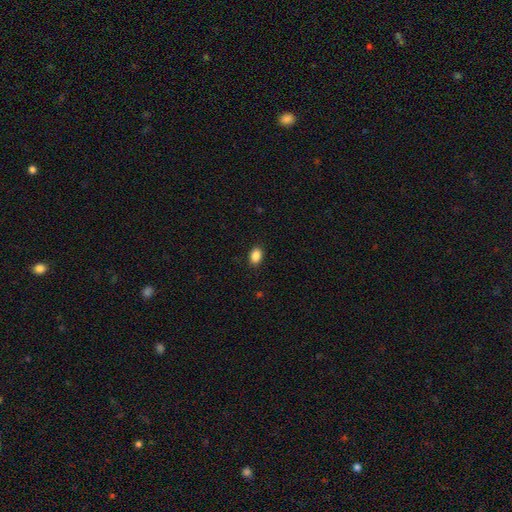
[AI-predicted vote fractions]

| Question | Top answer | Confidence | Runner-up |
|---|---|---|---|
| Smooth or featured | smooth | 88% | star or artifact (9%) |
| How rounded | in between | 82% | round (17%) |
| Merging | none | 90% | minor disturbance (7%) |